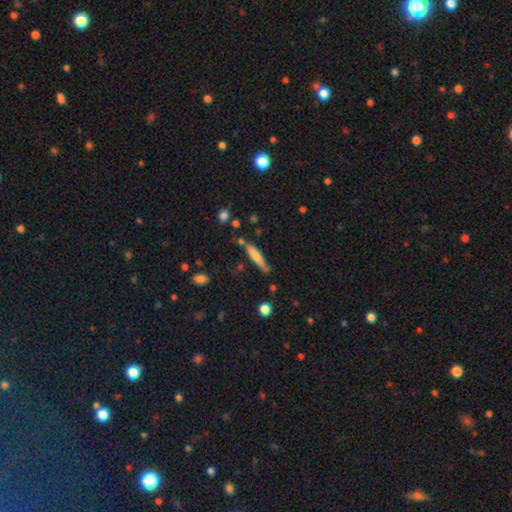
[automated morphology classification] This appears to be a smooth galaxy with no disk features (67%) that is cigar-shaped (87%). Merging: none (66%).